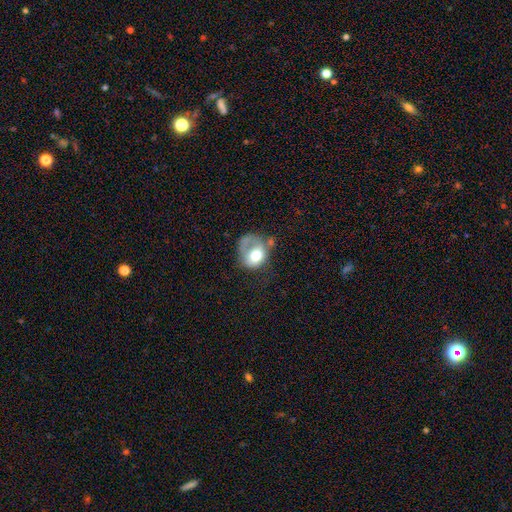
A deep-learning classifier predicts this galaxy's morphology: A smooth galaxy with no disk features (58%) that is round (56%). Merging: major disturbance (42%).